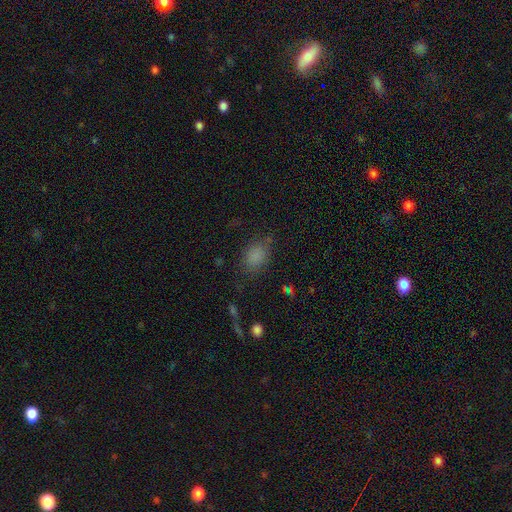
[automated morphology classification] Overall: smooth (81%). How rounded: in between (69%). Merging: none (71%).